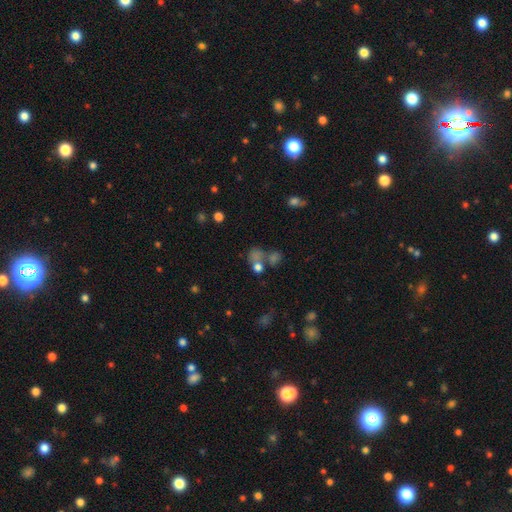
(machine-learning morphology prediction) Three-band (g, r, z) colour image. It shows a smooth galaxy with no disk features (41%). Merging: none (44%).